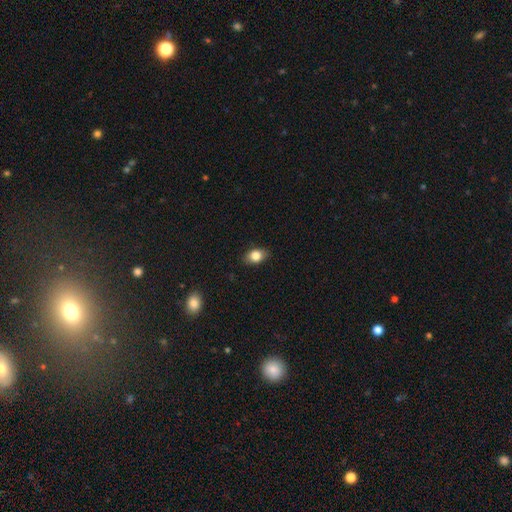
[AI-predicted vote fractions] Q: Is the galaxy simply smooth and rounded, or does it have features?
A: smooth — 82%.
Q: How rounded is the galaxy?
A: in between — 79%.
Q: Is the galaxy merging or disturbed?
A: none — 86%.